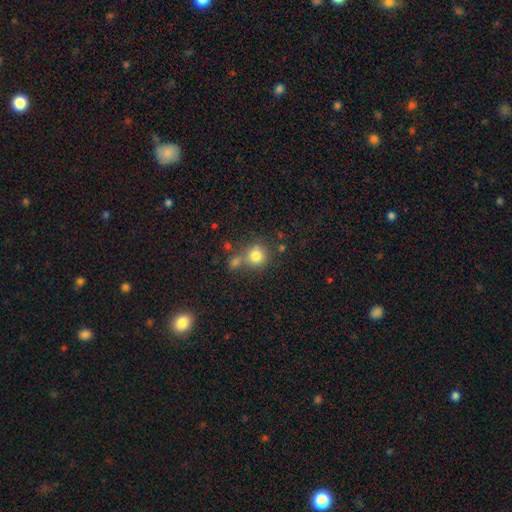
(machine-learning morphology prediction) This is likely a smooth galaxy (80%). How rounded: clearly round (89%). Merging: likely none (61%).